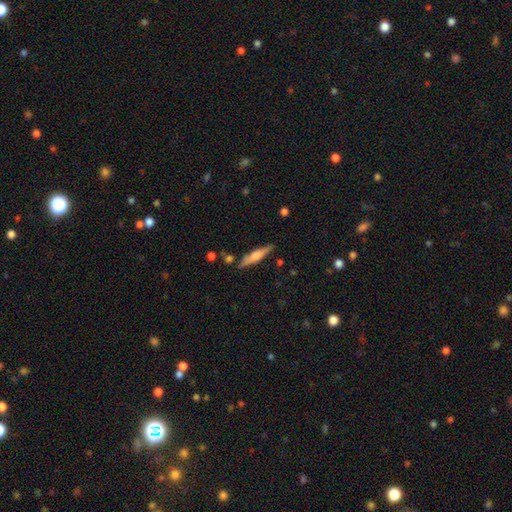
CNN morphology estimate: smooth 49%, featured or disk 44%, star or artifact 6%. Down the decision tree: merging — none (83%).